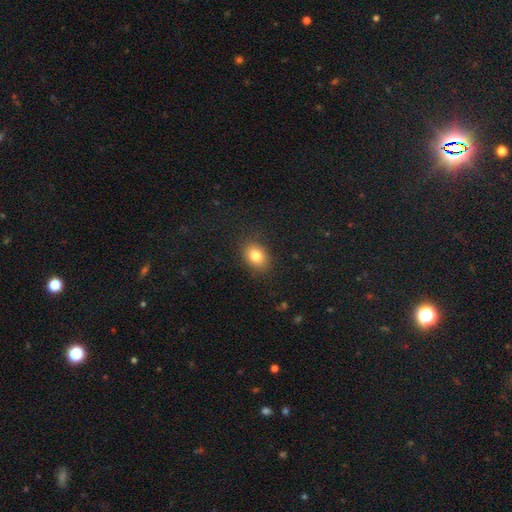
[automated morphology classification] A smooth galaxy with no disk features (82%) that is in between round and cigar-shaped (66%). Merging: none (86%).